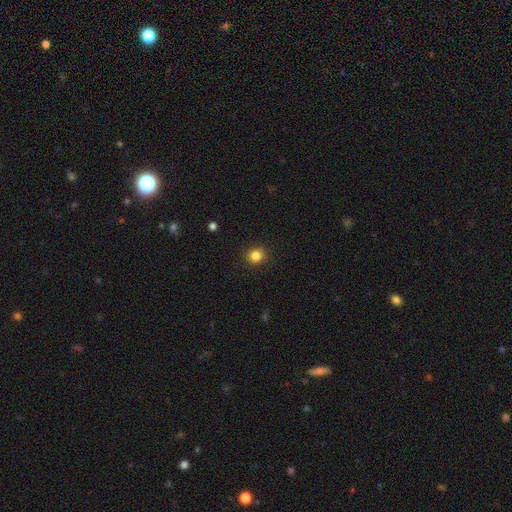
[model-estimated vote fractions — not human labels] A smooth galaxy with no disk features (84%) that is round (89%). Merging: none (90%).